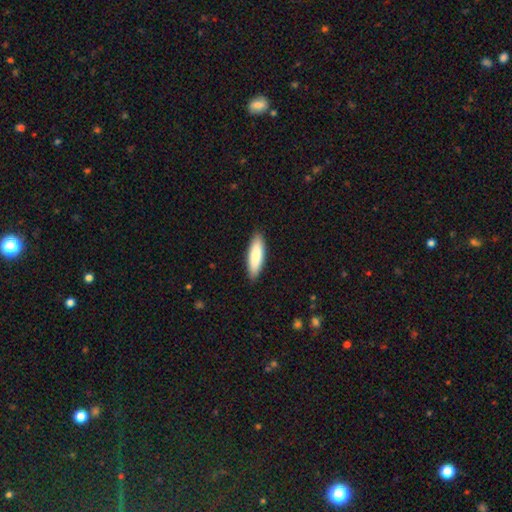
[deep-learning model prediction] smooth_or_featured: smooth (p=0.85) [alt: featured or disk p=0.10]
how_rounded: cigar-shaped (p=0.54) [alt: in between p=0.45]
merging: none (p=0.89) [alt: minor disturbance p=0.08]